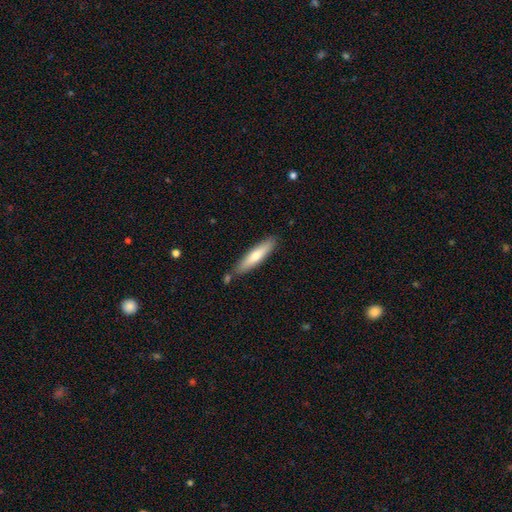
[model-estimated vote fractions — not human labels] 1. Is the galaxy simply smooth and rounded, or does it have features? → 63% smooth, 32% featured or disk, 6% star or artifact.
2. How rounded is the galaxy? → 84% cigar-shaped, 15% in between, 1% round.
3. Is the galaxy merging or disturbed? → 81% none, 12% minor disturbance, 5% merger, 2% major disturbance.